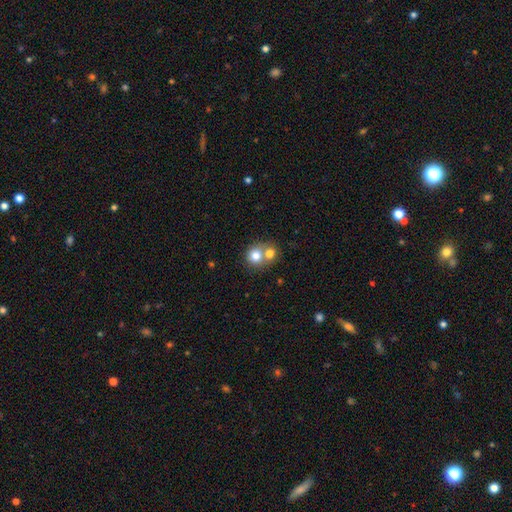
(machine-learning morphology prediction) A smooth galaxy with no disk features (76%) that is round (81%). Merging: merger (60%).